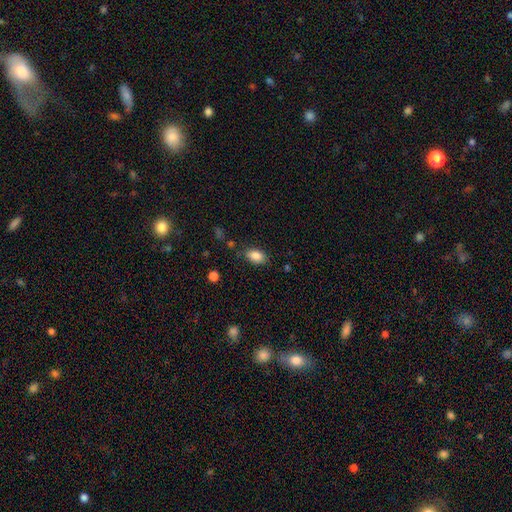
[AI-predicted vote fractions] Smooth or featured? smooth (86%)
How rounded? in between (87%)
Merging? none (77%)